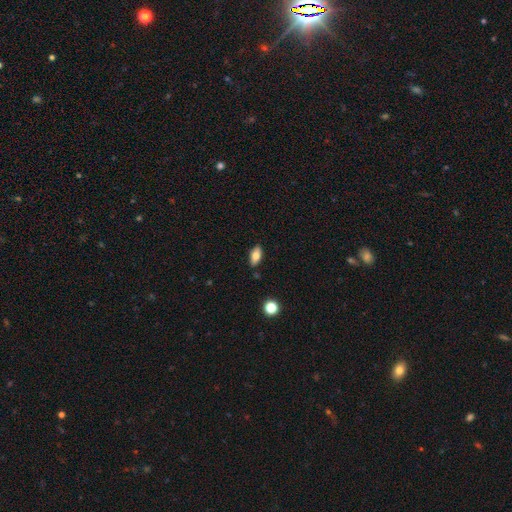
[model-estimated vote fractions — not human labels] Q: Smooth or featured?
A: smooth (75%); runner-up: featured or disk (17%)
Q: How rounded?
A: in between (88%); runner-up: cigar-shaped (8%)
Q: Merging?
A: none (86%); runner-up: minor disturbance (10%)